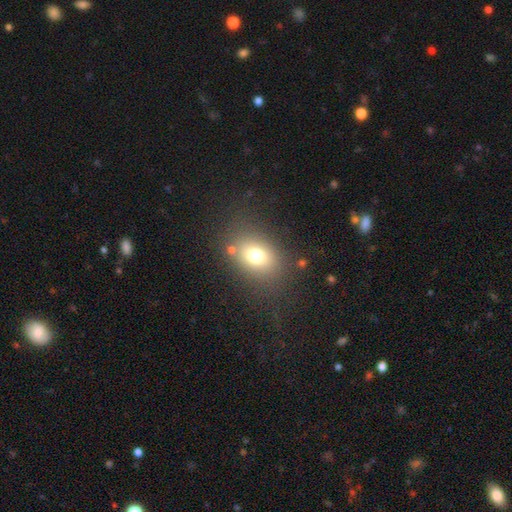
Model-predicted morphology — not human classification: The model was most divided on "how rounded": in between: 61%, round: 38%, cigar-shaped: 1%. More confident: merging — none (78%); smooth or featured — smooth (72%).